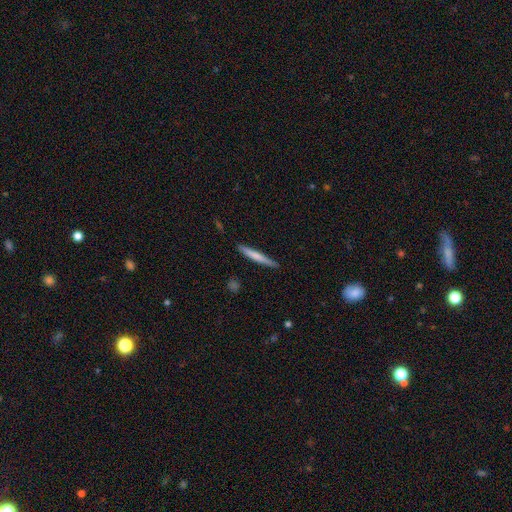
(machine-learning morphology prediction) A smooth galaxy with no disk features (64%) that is cigar-shaped (96%).

Vote fractions:
- Smooth or featured? smooth: 64% / featured or disk: 30% / star or artifact: 5%
- How rounded? cigar-shaped: 96% / in between: 3% / round: 1%
- Merging? none: 88% / minor disturbance: 9% / major disturbance: 2% / merger: 1%